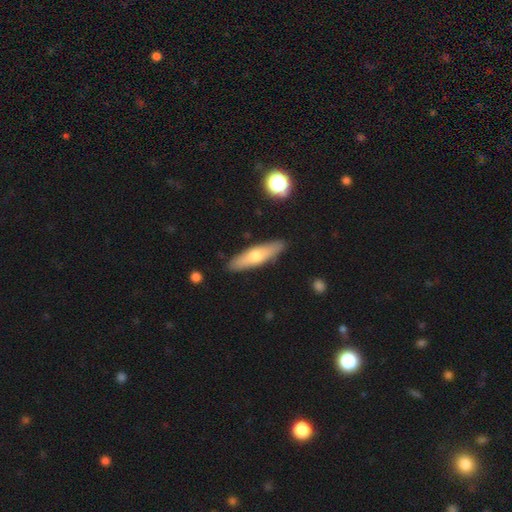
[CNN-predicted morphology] A smooth galaxy with no disk features (57%) that is cigar-shaped (72%). Merging: none (89%).